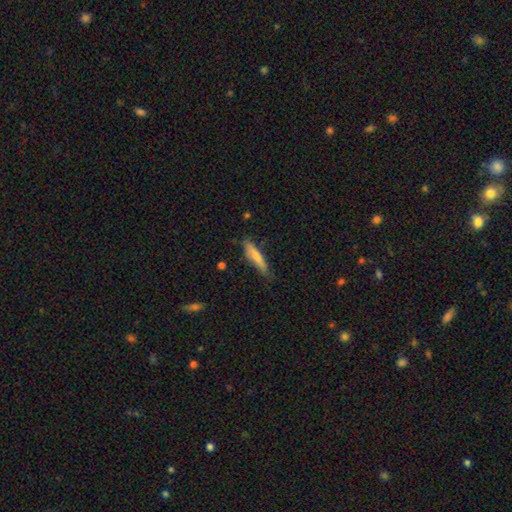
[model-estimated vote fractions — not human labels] A smooth galaxy with no disk features (67%) that is cigar-shaped (84%).

Vote fractions:
- Smooth or featured? smooth: 67% / featured or disk: 27% / star or artifact: 6%
- How rounded? cigar-shaped: 84% / in between: 15% / round: 2%
- Merging? none: 74% / minor disturbance: 21% / major disturbance: 3% / merger: 2%